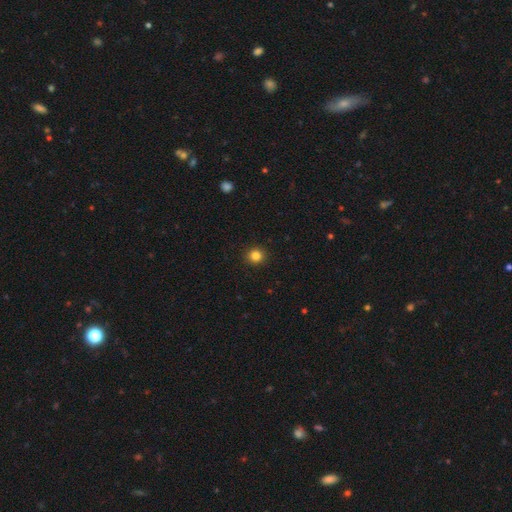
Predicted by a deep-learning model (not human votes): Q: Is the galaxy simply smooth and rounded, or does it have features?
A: smooth — 84%.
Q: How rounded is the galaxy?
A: round — 91%.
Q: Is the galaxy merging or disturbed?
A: none — 93%.